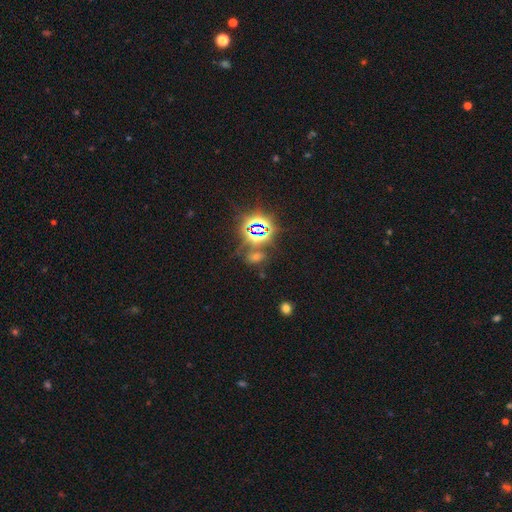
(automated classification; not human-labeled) smooth_or_featured: star or artifact (p=0.76) [alt: smooth p=0.15]